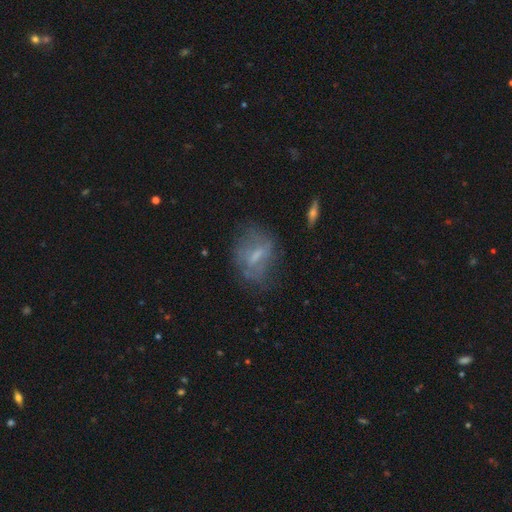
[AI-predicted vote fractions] A featured or disk galaxy (49%).

Vote fractions:
- Smooth or featured? featured or disk: 49% / smooth: 39% / star or artifact: 12%
- Merging? none: 58% / minor disturbance: 23% / major disturbance: 16% / merger: 3%